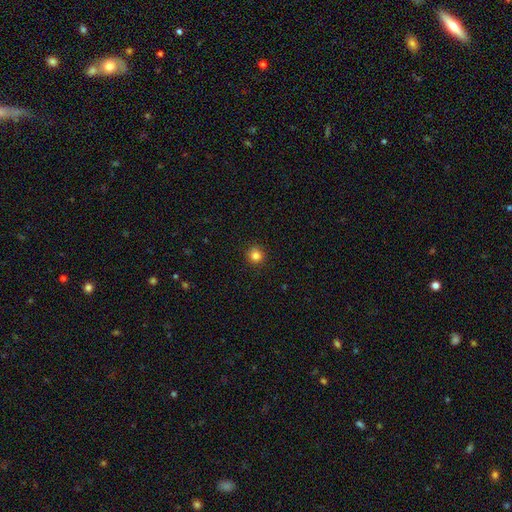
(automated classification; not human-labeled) smooth-or-featured: smooth: 83% | star or artifact: 12% | featured or disk: 5%
  how-rounded: round: 93% | in between: 6% | cigar-shaped: 1%
  merging: none: 92% | minor disturbance: 5% | major disturbance: 2% | merger: 1%